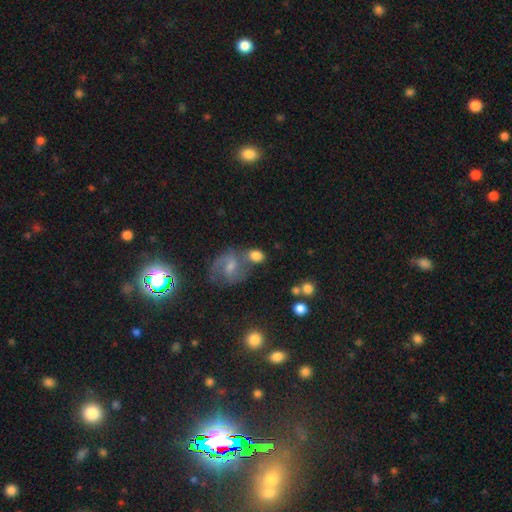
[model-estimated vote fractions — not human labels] A smooth galaxy with no disk features (69%) that is in between round and cigar-shaped (63%). Merging: none (50%).